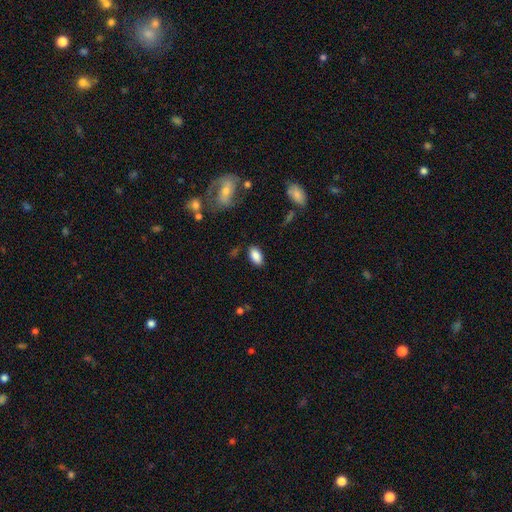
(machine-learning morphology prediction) Smooth or featured? Predicted: smooth (p=0.86). How rounded? Predicted: in between (p=0.92). Merging? Predicted: none (p=0.85).